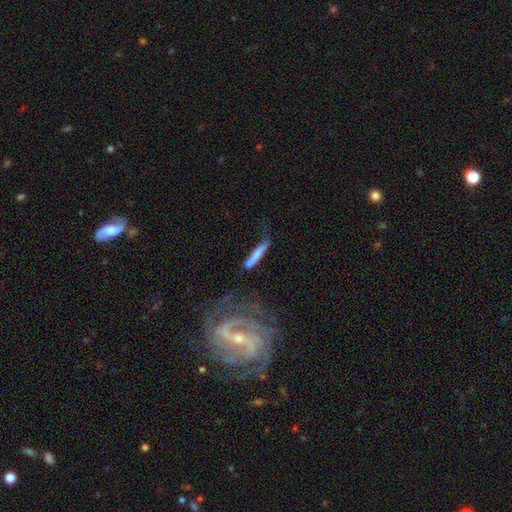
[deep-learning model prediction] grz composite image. It shows a smooth galaxy with no disk features (67%) that is cigar-shaped (91%). Merging: none (55%).